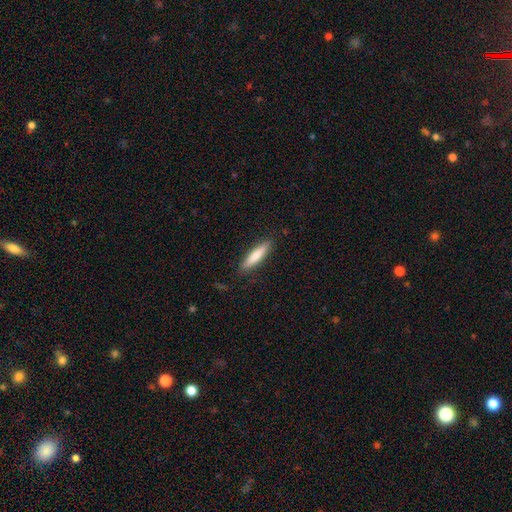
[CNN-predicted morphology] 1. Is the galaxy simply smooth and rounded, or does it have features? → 77% smooth, 17% featured or disk, 5% star or artifact.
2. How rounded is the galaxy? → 84% cigar-shaped, 15% in between, 1% round.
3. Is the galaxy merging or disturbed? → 88% none, 9% minor disturbance, 2% major disturbance, 1% merger.